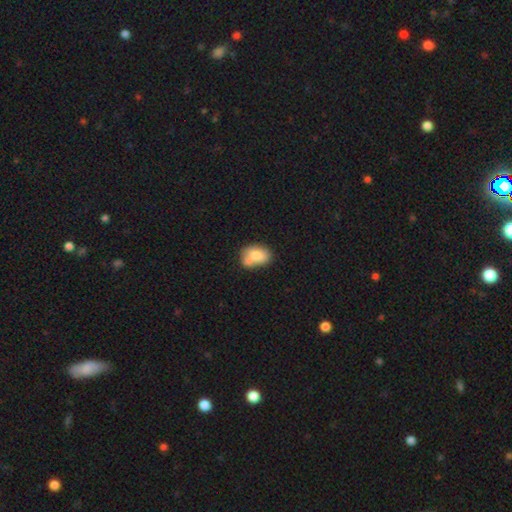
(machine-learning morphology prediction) A smooth galaxy with no disk features (75%) that is in between round and cigar-shaped (74%).

Vote fractions:
- Smooth or featured? smooth: 75% / featured or disk: 17% / star or artifact: 8%
- How rounded? in between: 74% / round: 25% / cigar-shaped: 1%
- Merging? none: 40% / merger: 34% / minor disturbance: 20% / major disturbance: 6%